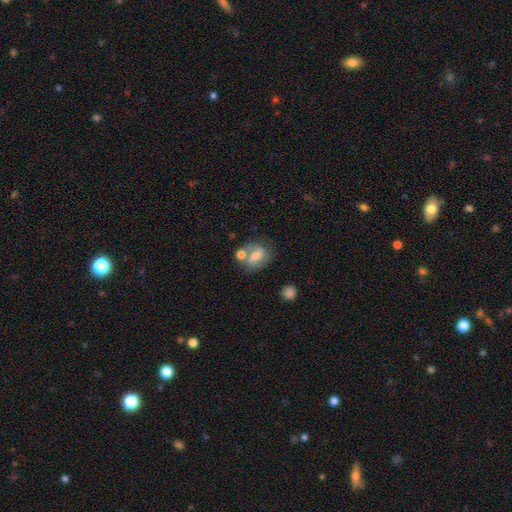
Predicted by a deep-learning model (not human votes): smooth_or_featured: smooth (p=0.48) [alt: featured or disk p=0.43]
merging: none (p=0.43) [alt: merger p=0.32]